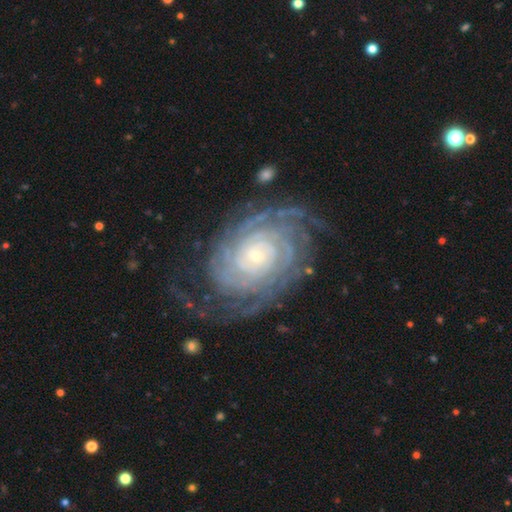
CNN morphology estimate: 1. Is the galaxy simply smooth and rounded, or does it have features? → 91% featured or disk, 5% star or artifact, 4% smooth.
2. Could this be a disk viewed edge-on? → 97% no, 3% yes.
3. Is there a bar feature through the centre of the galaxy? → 72% no, 19% weak, 9% strong.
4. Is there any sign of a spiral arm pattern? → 98% yes, 2% no.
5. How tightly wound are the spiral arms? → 84% tight, 13% medium, 3% loose.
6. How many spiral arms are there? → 23% more than 4, 22% 4, 21% can't tell, 13% 2, 13% 3, 8% 1.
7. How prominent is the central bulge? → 77% small, 19% moderate, 2% large, 1% none, 1% dominant.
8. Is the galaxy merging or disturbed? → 72% none, 16% minor disturbance, 10% major disturbance, 2% merger.